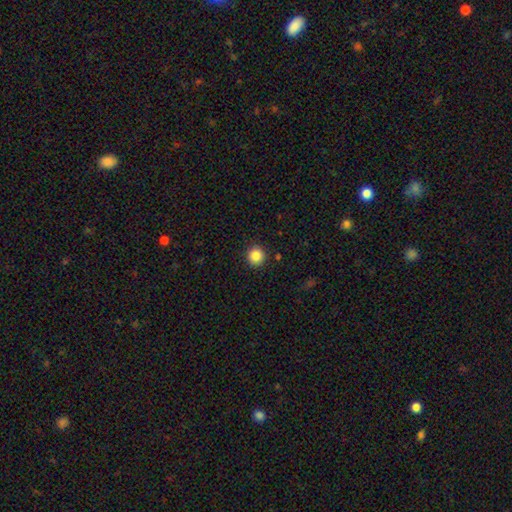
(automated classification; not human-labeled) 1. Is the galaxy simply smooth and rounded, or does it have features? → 85% smooth, 11% star or artifact, 4% featured or disk.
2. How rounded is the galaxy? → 95% round, 4% in between, 1% cigar-shaped.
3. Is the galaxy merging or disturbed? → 92% none, 5% minor disturbance, 2% major disturbance, 1% merger.